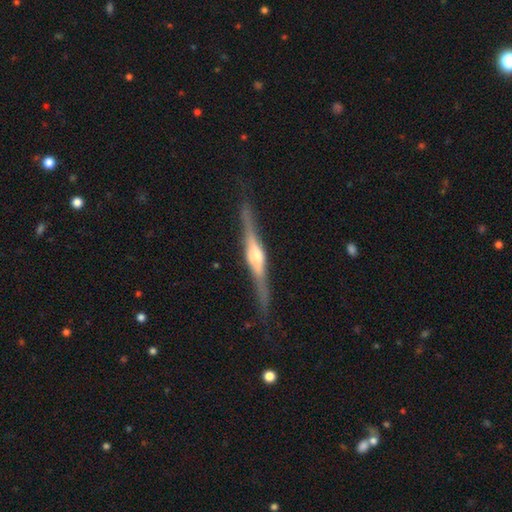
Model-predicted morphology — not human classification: This is clearly a featured or disk galaxy (83%). It is clearly viewed edge-on (98%). Edge-on bulge: clearly rounded (80%). Merging: clearly none (86%).